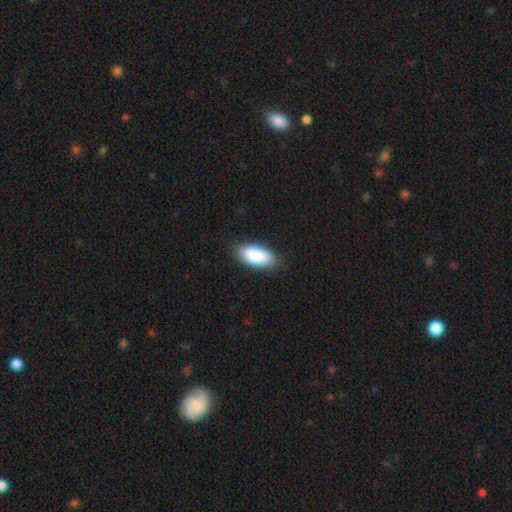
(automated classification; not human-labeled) The model was most divided on "merging": none: 84%, minor disturbance: 13%, major disturbance: 3%, merger: 1%. More confident: how rounded — in between (92%); smooth or featured — smooth (88%).